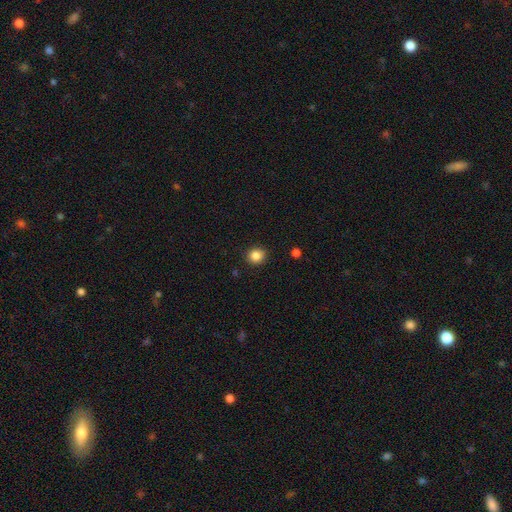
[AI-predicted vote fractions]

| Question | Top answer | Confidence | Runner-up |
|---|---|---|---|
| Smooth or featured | smooth | 86% | star or artifact (10%) |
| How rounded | round | 83% | in between (16%) |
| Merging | none | 89% | minor disturbance (8%) |